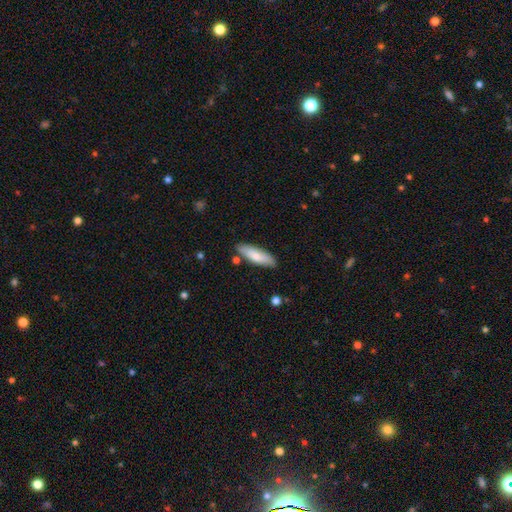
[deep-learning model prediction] This is likely a smooth galaxy (77%). How rounded: possibly cigar-shaped (49%, tied with in between). Merging: clearly none (82%).